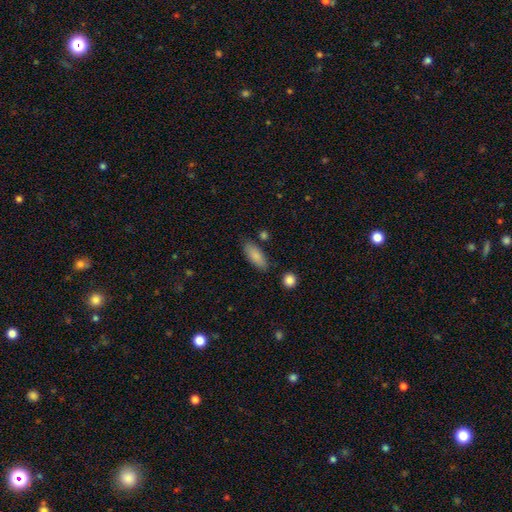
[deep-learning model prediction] This appears to be a smooth galaxy with no disk features (85%) that is in between round and cigar-shaped (79%). Merging: none (79%).